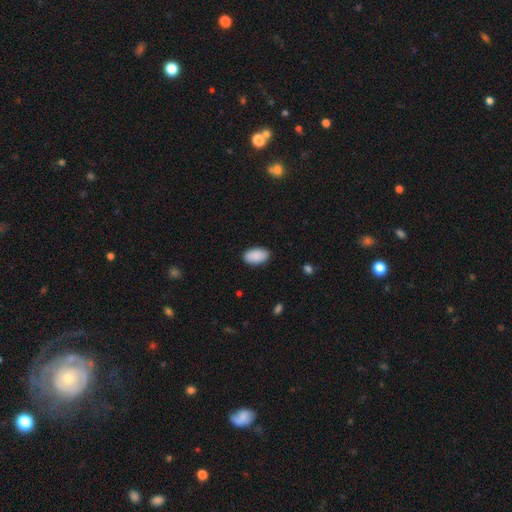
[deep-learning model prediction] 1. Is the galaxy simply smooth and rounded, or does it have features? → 90% smooth, 6% star or artifact, 4% featured or disk.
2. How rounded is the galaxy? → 95% in between, 3% round, 1% cigar-shaped.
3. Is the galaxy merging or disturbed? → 88% none, 9% minor disturbance, 2% major disturbance, 1% merger.